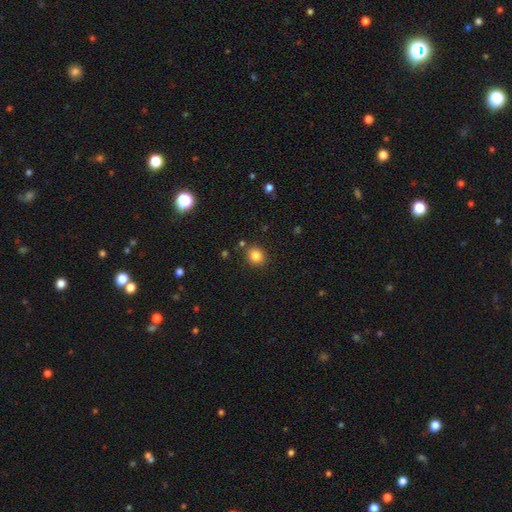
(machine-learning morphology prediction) This is clearly a smooth galaxy (84%). How rounded: likely round (79%). Merging: clearly none (85%).